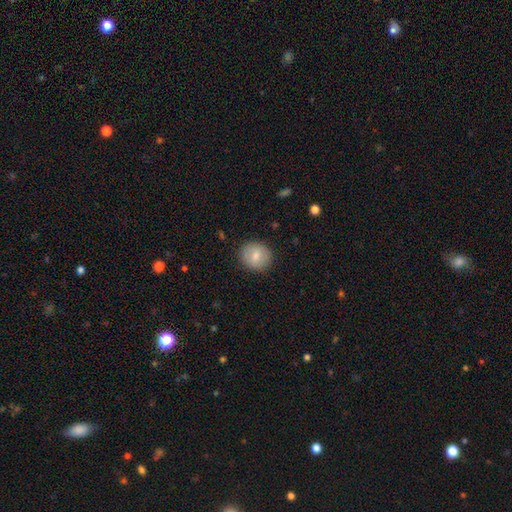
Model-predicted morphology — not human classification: smooth-or-featured: smooth: 73% | featured or disk: 20% | star or artifact: 7%
  how-rounded: round: 76% | in between: 23% | cigar-shaped: 1%
  merging: none: 86% | minor disturbance: 10% | major disturbance: 3% | merger: 1%